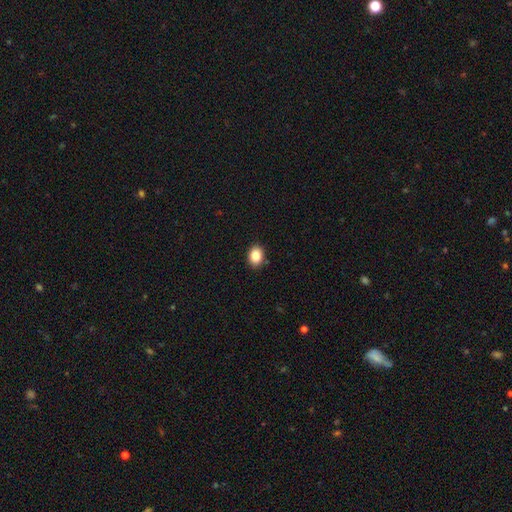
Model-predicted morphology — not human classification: Q: Smooth or featured?
A: smooth (85%); runner-up: star or artifact (9%)
Q: How rounded?
A: in between (64%); runner-up: round (35%)
Q: Merging?
A: none (89%); runner-up: minor disturbance (8%)